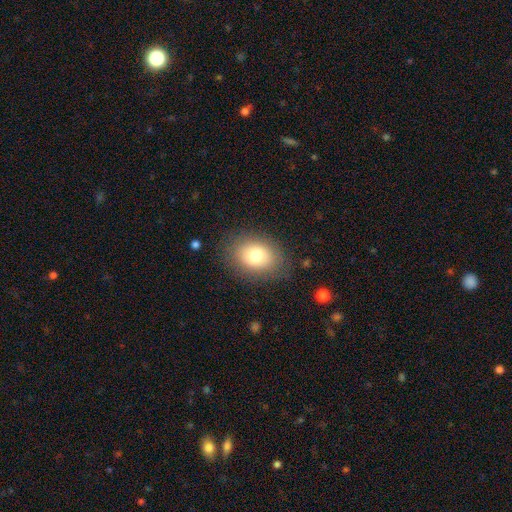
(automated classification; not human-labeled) A smooth galaxy with no disk features (77%) that is in between round and cigar-shaped (65%).

Vote fractions:
- Smooth or featured? smooth: 77% / featured or disk: 13% / star or artifact: 10%
- How rounded? in between: 65% / round: 34% / cigar-shaped: 1%
- Merging? none: 82% / minor disturbance: 12% / major disturbance: 5% / merger: 1%